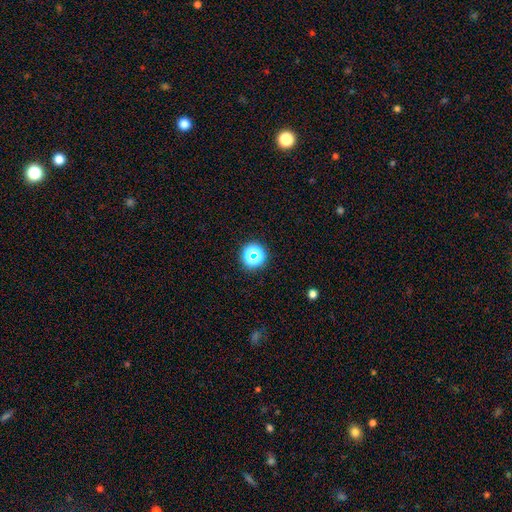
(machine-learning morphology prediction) Overall: star or artifact (54%; smooth 36%).